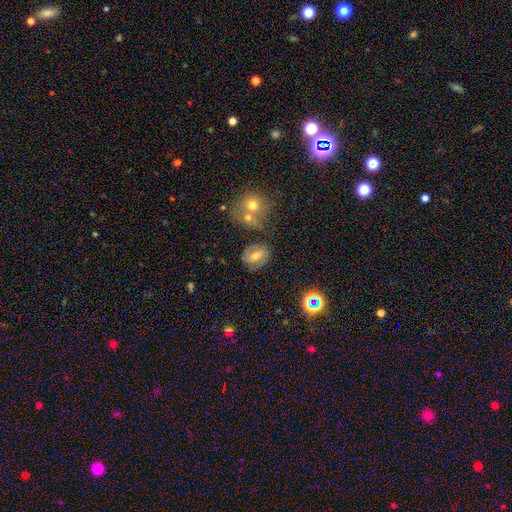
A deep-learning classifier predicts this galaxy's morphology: smooth-or-featured: smooth: 51% | featured or disk: 36% | star or artifact: 13%
  how-rounded: in between: 57% | round: 41% | cigar-shaped: 3%
  merging: none: 71% | minor disturbance: 14% | merger: 9% | major disturbance: 5%